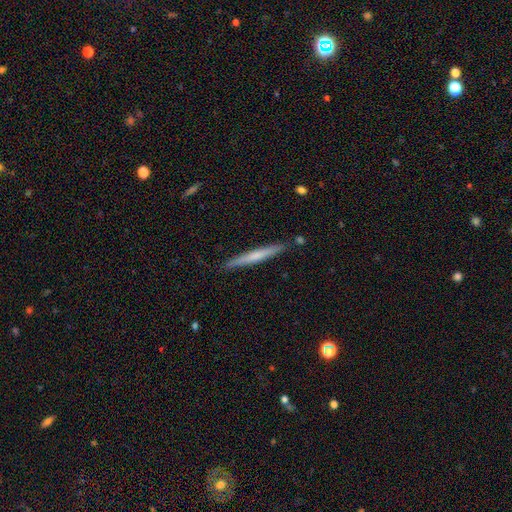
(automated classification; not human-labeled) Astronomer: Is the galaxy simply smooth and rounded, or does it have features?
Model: smooth — 52% (runner-up: featured or disk, 42%).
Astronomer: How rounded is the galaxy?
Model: cigar-shaped — 97%.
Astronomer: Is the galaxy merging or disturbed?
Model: none — 88%.